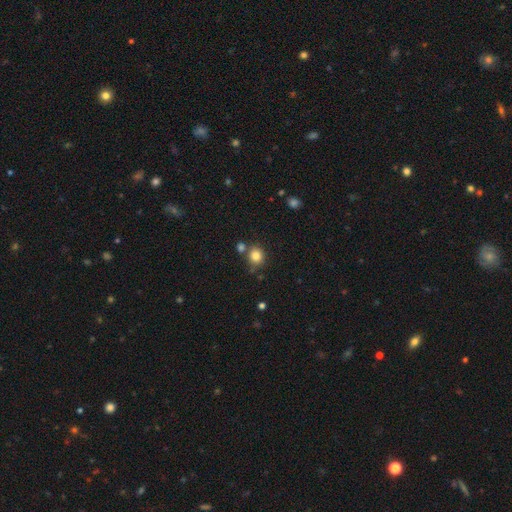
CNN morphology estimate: A smooth galaxy with no disk features (83%) that is round (82%). Merging: none (70%).